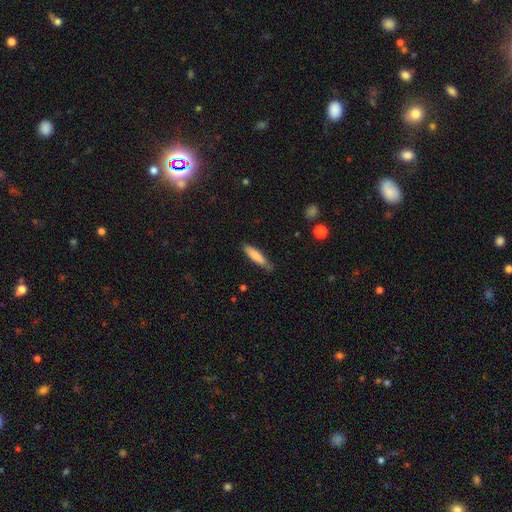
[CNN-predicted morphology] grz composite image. It shows a smooth galaxy with no disk features (82%) that is cigar-shaped (75%). Merging: none (72%).